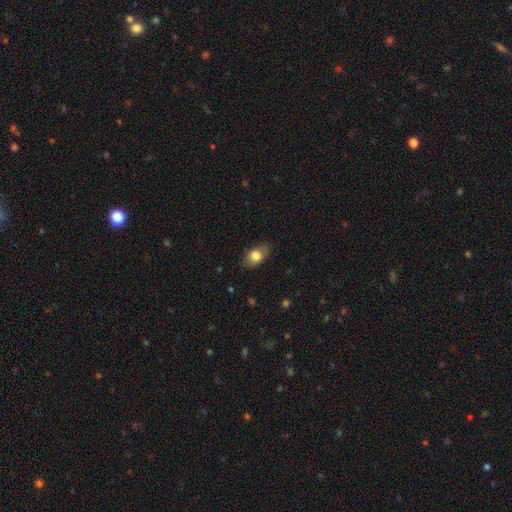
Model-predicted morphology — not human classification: Q: Smooth or featured?
A: smooth (78%); runner-up: featured or disk (15%)
Q: How rounded?
A: in between (83%); runner-up: round (13%)
Q: Merging?
A: none (77%); runner-up: minor disturbance (18%)